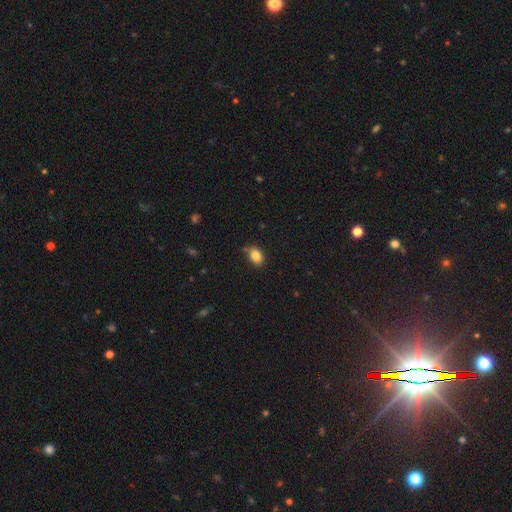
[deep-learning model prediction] A smooth galaxy with no disk features (84%) that is in between round and cigar-shaped (81%).

Vote fractions:
- Smooth or featured? smooth: 84% / star or artifact: 9% / featured or disk: 7%
- How rounded? in between: 81% / round: 18% / cigar-shaped: 1%
- Merging? none: 76% / minor disturbance: 18% / major disturbance: 3% / merger: 3%